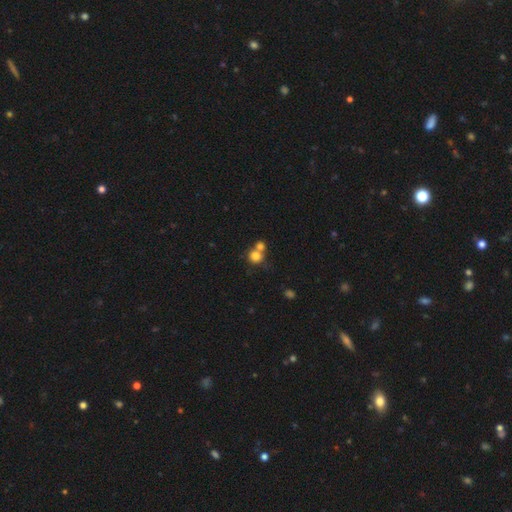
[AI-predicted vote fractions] Q: Smooth or featured?
A: smooth (79%); runner-up: star or artifact (11%)
Q: How rounded?
A: round (86%); runner-up: in between (13%)
Q: Merging?
A: none (46%); runner-up: merger (44%)